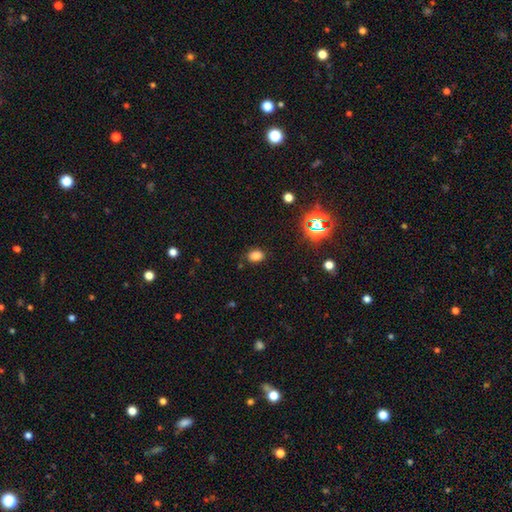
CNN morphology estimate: Overall: smooth (77%). How rounded: in between (68%; round 31%). Merging: none (83%).